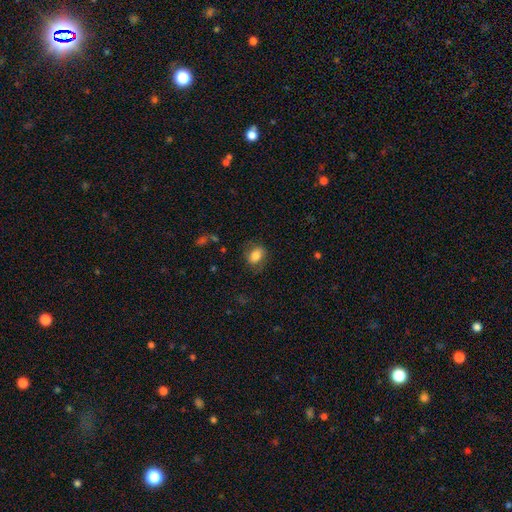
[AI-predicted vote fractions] A smooth galaxy with no disk features (77%) that is in between round and cigar-shaped (71%).

Vote fractions:
- Smooth or featured? smooth: 77% / featured or disk: 15% / star or artifact: 8%
- How rounded? in between: 71% / round: 28% / cigar-shaped: 2%
- Merging? none: 71% / minor disturbance: 19% / major disturbance: 9% / merger: 1%